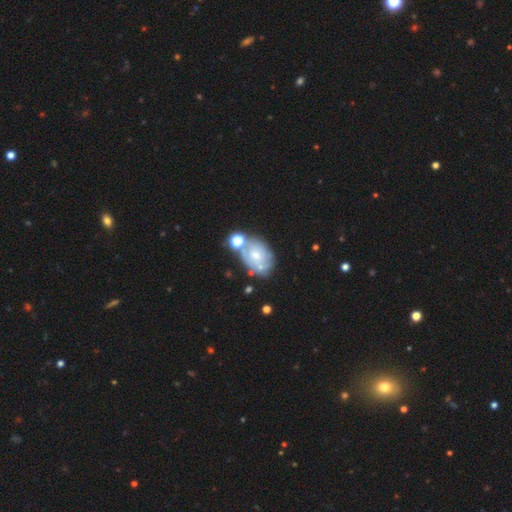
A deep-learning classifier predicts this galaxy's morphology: Smooth or featured: featured or disk — 49% (smooth — 40%)
Merging: none — 44% (merger — 24%)